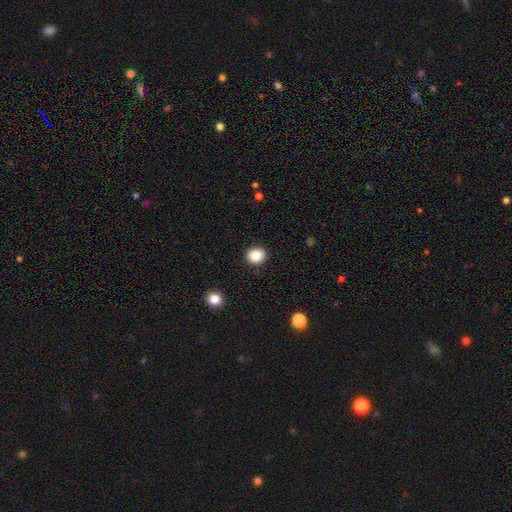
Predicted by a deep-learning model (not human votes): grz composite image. It shows a smooth galaxy with no disk features (87%) that is round (81%). Merging: none (91%).